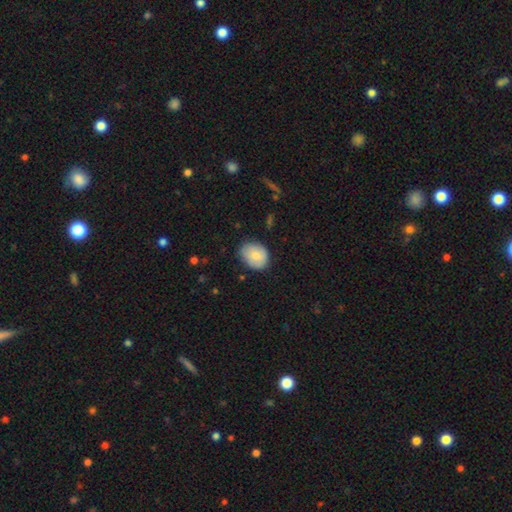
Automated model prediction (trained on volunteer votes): smooth 78%, featured or disk 15%, star or artifact 7%. Down the decision tree: how rounded — in between (53%); merging — none (71%).